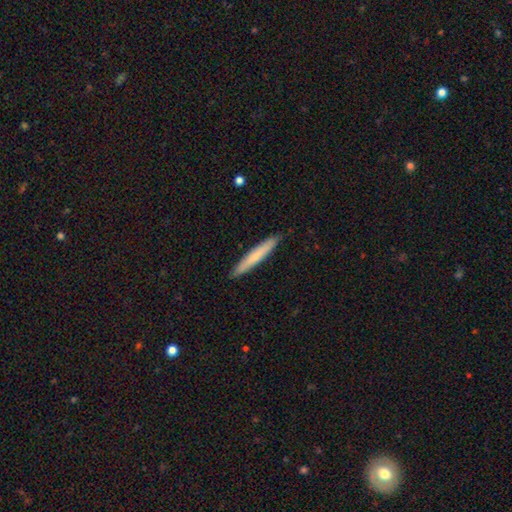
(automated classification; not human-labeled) A smooth galaxy with no disk features (70%) that is cigar-shaped (95%).

Vote fractions:
- Smooth or featured? smooth: 70% / featured or disk: 25% / star or artifact: 5%
- How rounded? cigar-shaped: 95% / in between: 3% / round: 1%
- Merging? none: 91% / minor disturbance: 6% / major disturbance: 1% / merger: 1%